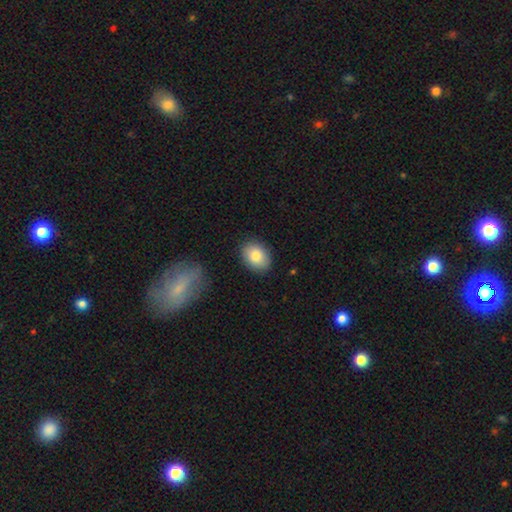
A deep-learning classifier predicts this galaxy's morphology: Smooth or featured?
  - smooth: 83% *
  - featured or disk: 10%
  - star or artifact: 7%
How rounded?
  - in between: 70% *
  - round: 29%
  - cigar-shaped: 1%
Merging?
  - none: 87% *
  - minor disturbance: 10%
  - major disturbance: 2%
  - merger: 2%